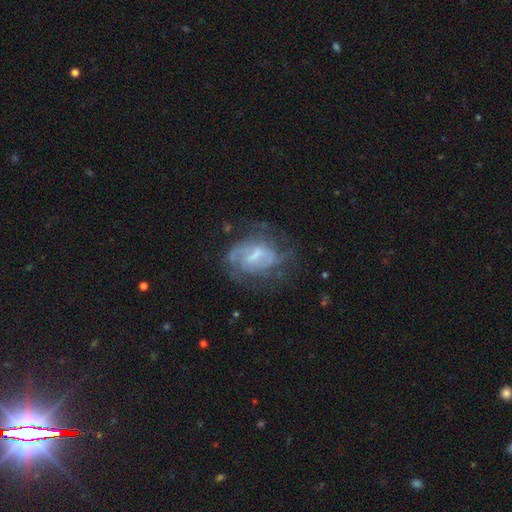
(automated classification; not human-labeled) smooth-or-featured: featured or disk: 71% | smooth: 20% | star or artifact: 9%
  disk-edge-on: no: 96% | yes: 4%
    bar: weak: 53% | no: 26% | strong: 22%
    has-spiral-arms: yes: 72% | no: 28%
    bulge-size: small: 39% | moderate: 31% | none: 24% | large: 5% | dominant: 1%
  merging: none: 53% | minor disturbance: 23% | major disturbance: 22% | merger: 3%